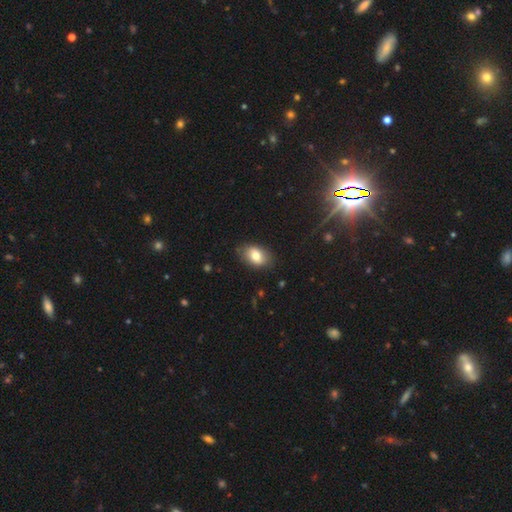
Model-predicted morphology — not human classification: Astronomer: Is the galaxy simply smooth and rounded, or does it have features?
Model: smooth — 77%.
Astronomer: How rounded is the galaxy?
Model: in between — 87%.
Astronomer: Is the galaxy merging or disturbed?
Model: none — 82%.